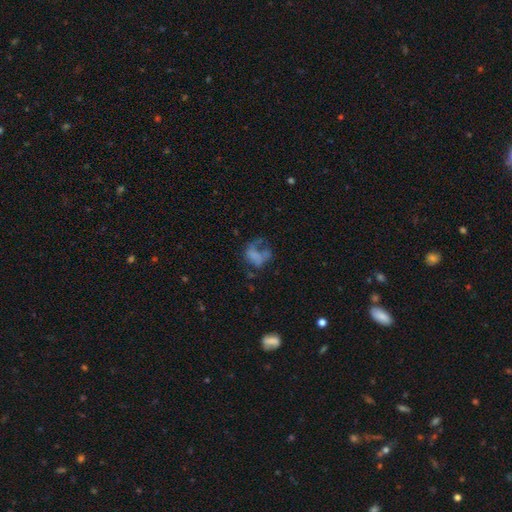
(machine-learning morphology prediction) Smooth or featured? Predicted: smooth (p=0.45). Merging? Predicted: major disturbance (p=0.45).